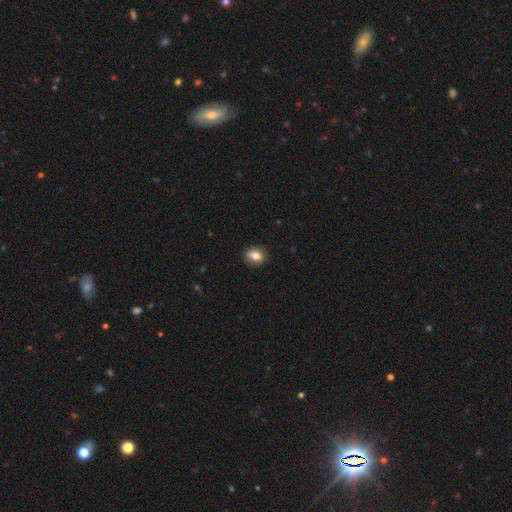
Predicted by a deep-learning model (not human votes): This appears to be a smooth galaxy with no disk features (82%) that is in between round and cigar-shaped (58%). Merging: none (88%).